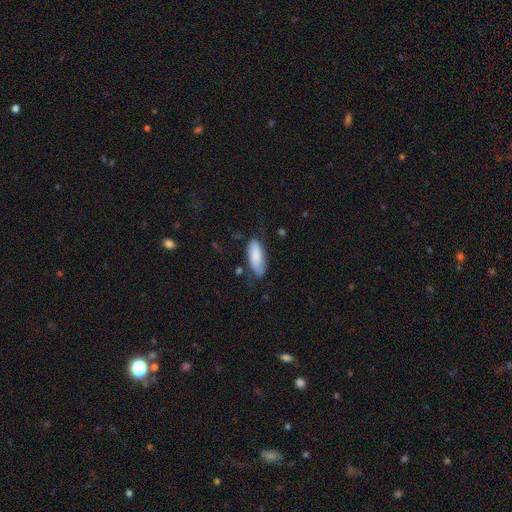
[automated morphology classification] Smooth or featured? Predicted: smooth (p=0.81). How rounded? Predicted: in between (p=0.74). Merging? Predicted: none (p=0.61).